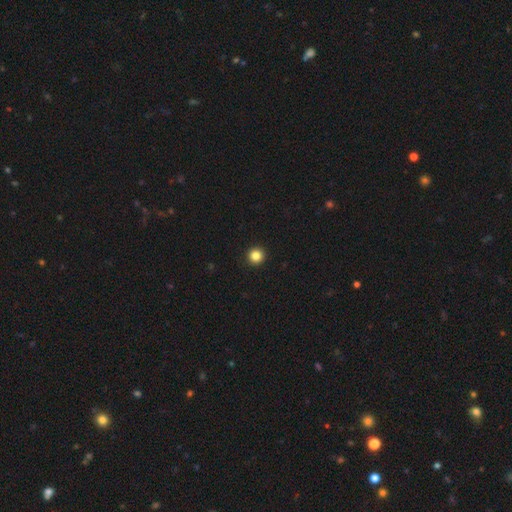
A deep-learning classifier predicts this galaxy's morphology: smooth_or_featured: smooth (p=0.85) [alt: star or artifact p=0.11]
how_rounded: round (p=0.96) [alt: in between p=0.03]
merging: none (p=0.94) [alt: minor disturbance p=0.03]